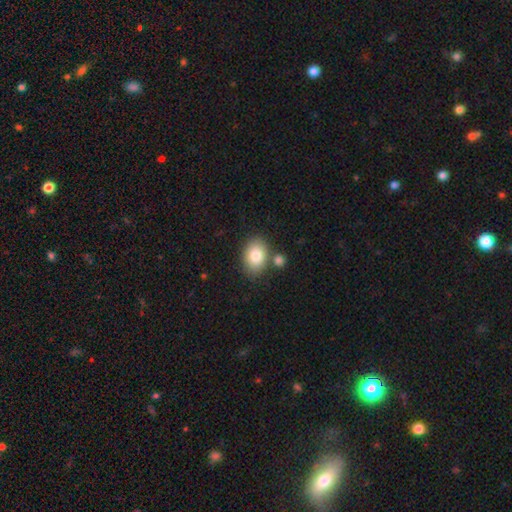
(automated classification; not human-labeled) A smooth galaxy with no disk features (84%) that is in between round and cigar-shaped (80%). Merging: none (70%).